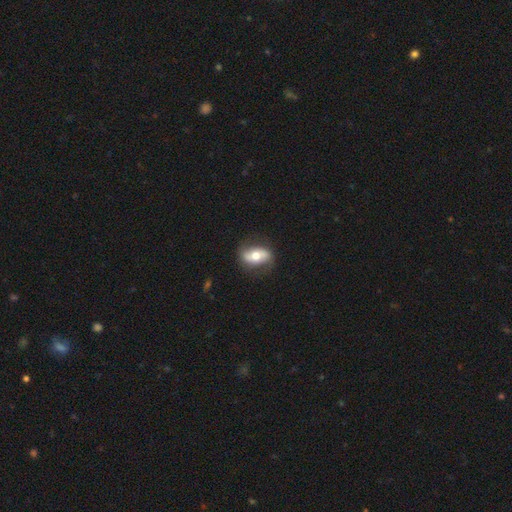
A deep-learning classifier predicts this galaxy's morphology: Smooth or featured? Predicted: featured or disk (p=0.52). Edge-on disk? Predicted: no (p=0.87). Merging? Predicted: none (p=0.78).